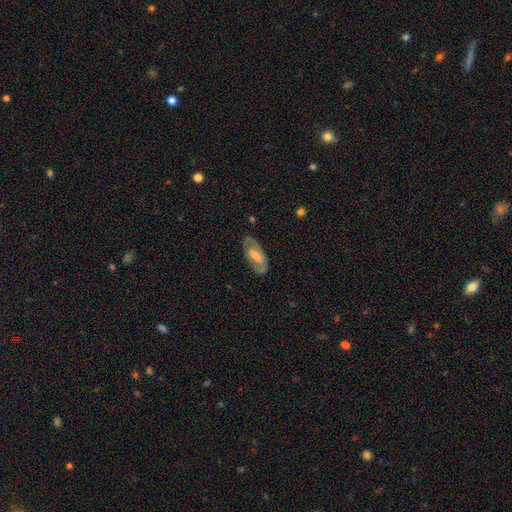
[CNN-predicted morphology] Smooth or featured? Predicted: featured or disk (p=0.58). Edge-on disk? Predicted: no (p=0.88). Bar? Predicted: weak (p=0.38). Spiral arms? Predicted: yes (p=0.55). Bulge size? Predicted: moderate (p=0.39). Merging? Predicted: none (p=0.73).